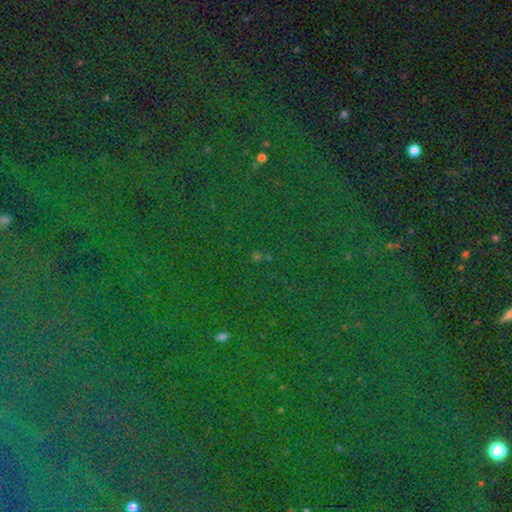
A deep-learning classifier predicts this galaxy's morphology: Smooth or featured? Predicted: star or artifact (p=0.82).